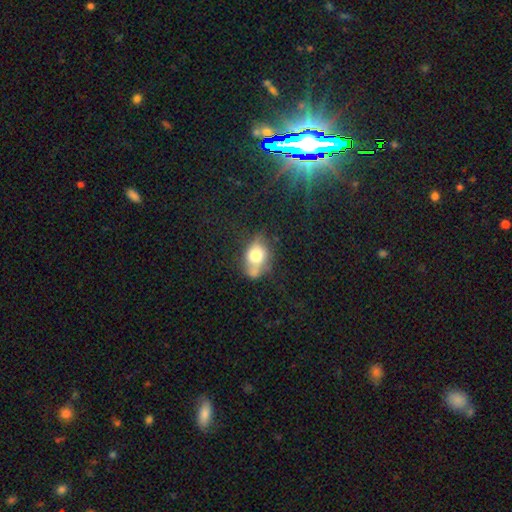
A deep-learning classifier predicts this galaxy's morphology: The model was most divided on "merging": none: 43%, minor disturbance: 27%, merger: 17%, major disturbance: 13%. More confident: how rounded — in between (71%); smooth or featured — smooth (67%).